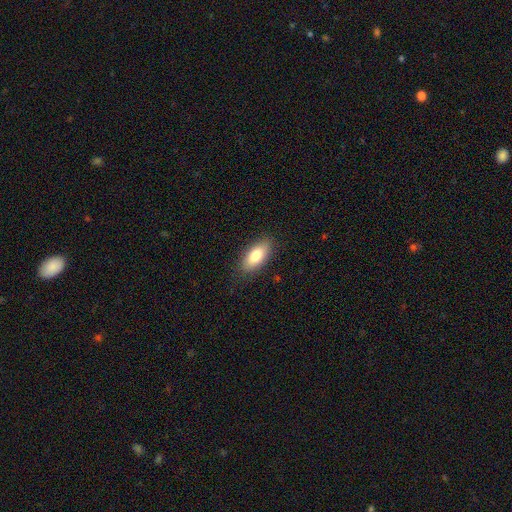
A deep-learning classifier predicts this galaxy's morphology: A smooth galaxy with no disk features (81%) that is in between round and cigar-shaped (87%).

Vote fractions:
- Smooth or featured? smooth: 81% / featured or disk: 13% / star or artifact: 7%
- How rounded? in between: 87% / cigar-shaped: 10% / round: 3%
- Merging? none: 86% / minor disturbance: 11% / major disturbance: 3% / merger: 1%